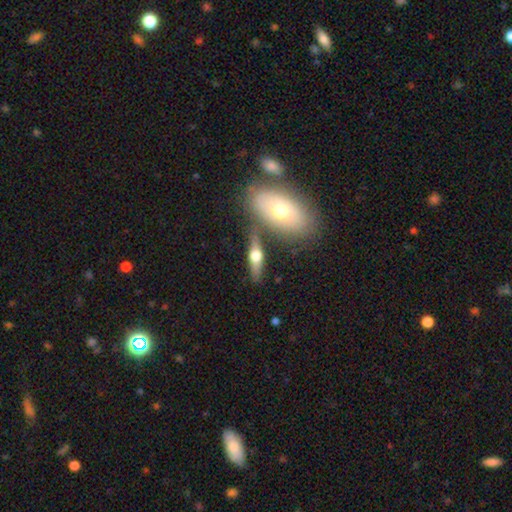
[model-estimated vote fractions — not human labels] featured or disk 59%, smooth 35%, star or artifact 7%. Down the decision tree: edge-on disk — yes (87%); edge-on bulge — rounded (96%); merging — none (66%).